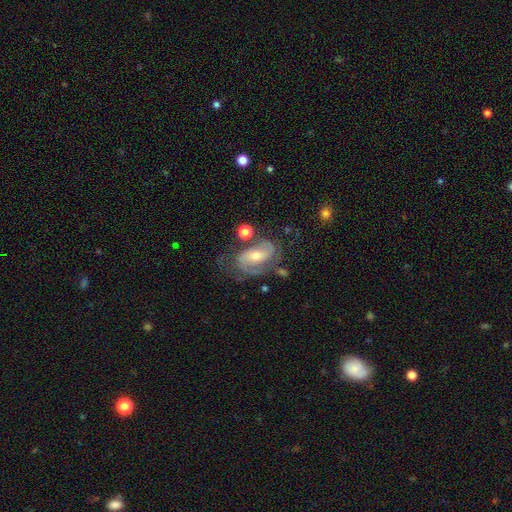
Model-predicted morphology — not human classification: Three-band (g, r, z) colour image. It shows a featured or disk galaxy (84%) with no bar (41%, tied with weak), 2 (81%) medium (49%) spiral arms (95%) and a moderate central bulge (57%). Merging: none (60%).